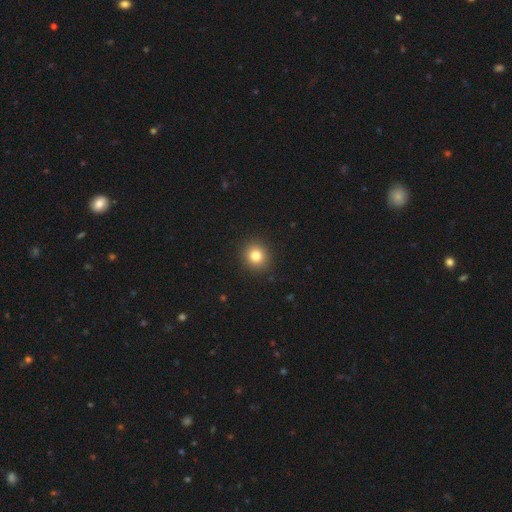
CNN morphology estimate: A smooth galaxy with no disk features (81%) that is round (87%). Merging: none (91%).